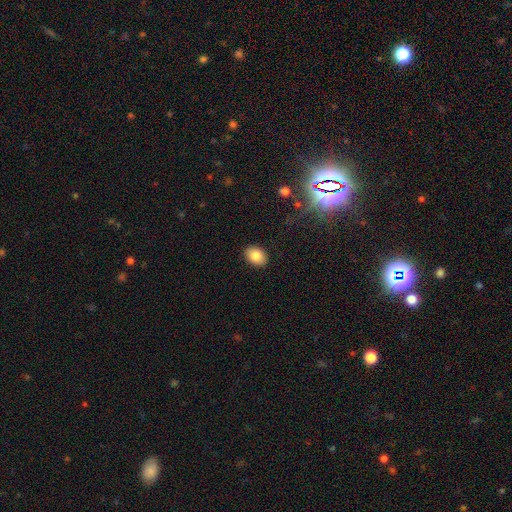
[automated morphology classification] This appears to be a smooth galaxy with no disk features (84%) that is in between round and cigar-shaped (74%). Merging: none (90%).